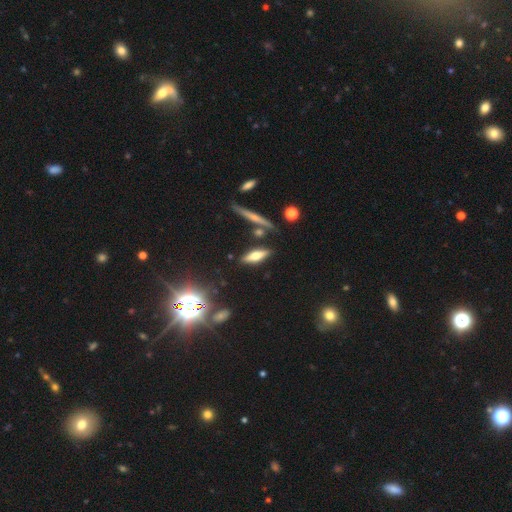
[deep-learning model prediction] A smooth galaxy with no disk features (53%) that is cigar-shaped (52%).

Vote fractions:
- Smooth or featured? smooth: 53% / featured or disk: 36% / star or artifact: 11%
- How rounded? cigar-shaped: 52% / in between: 44% / round: 4%
- Merging? none: 79% / minor disturbance: 11% / merger: 7% / major disturbance: 3%